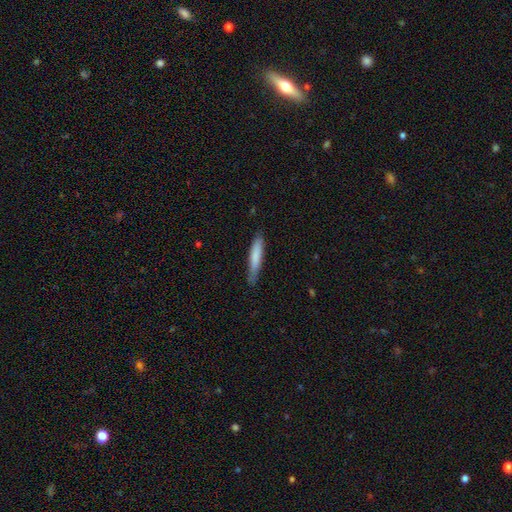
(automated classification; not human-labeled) Smooth or featured: smooth — 77% (featured or disk — 18%)
How rounded: cigar-shaped — 91% (in between — 8%)
Merging: none — 79% (minor disturbance — 17%)